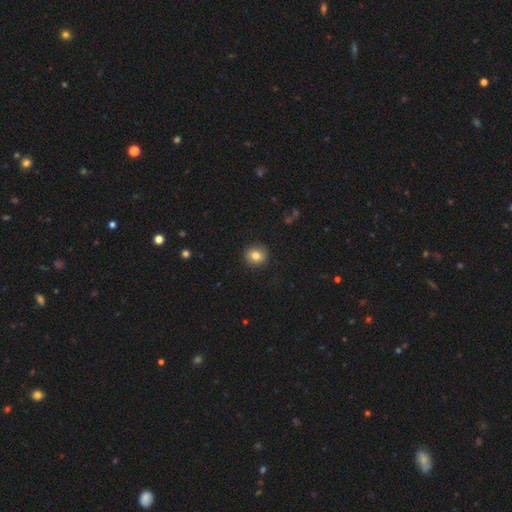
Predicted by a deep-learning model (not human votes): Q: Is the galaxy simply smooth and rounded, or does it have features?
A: smooth — 81%.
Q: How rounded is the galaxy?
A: round — 86%.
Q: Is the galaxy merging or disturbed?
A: none — 88%.